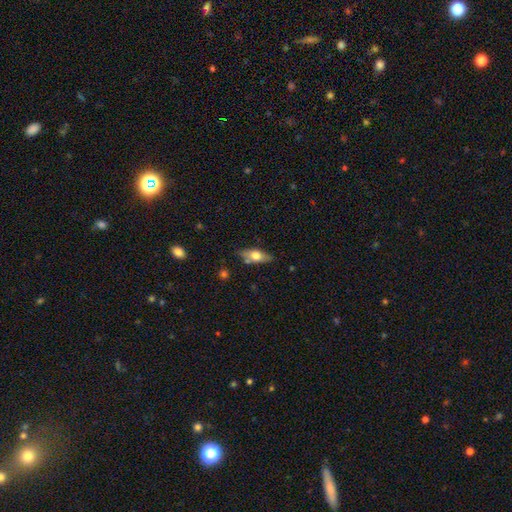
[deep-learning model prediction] Smooth or featured?
  - smooth: 59% *
  - featured or disk: 34%
  - star or artifact: 7%
How rounded?
  - in between: 74% *
  - cigar-shaped: 21%
  - round: 4%
Merging?
  - none: 72% *
  - minor disturbance: 19%
  - merger: 5%
  - major disturbance: 4%